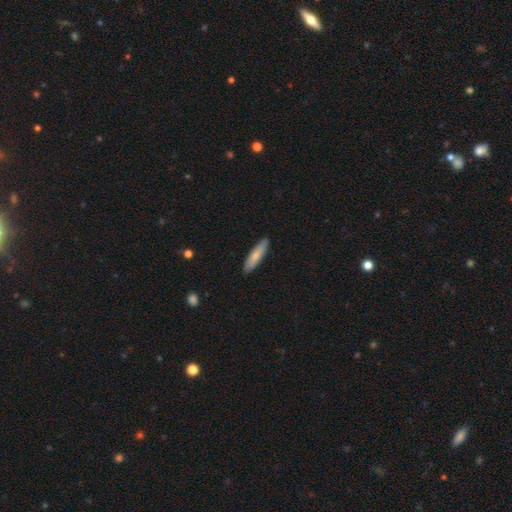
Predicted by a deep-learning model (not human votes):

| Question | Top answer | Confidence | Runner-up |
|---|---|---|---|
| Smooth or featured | smooth | 76% | featured or disk (19%) |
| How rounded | cigar-shaped | 77% | in between (21%) |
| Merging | none | 89% | minor disturbance (8%) |